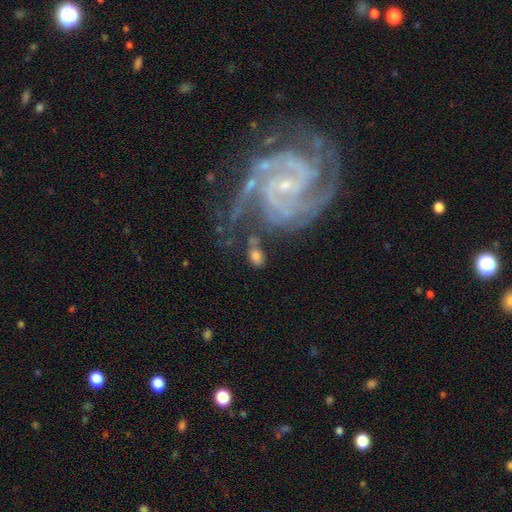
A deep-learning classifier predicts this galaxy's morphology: A smooth galaxy with no disk features (66%) that is in between round and cigar-shaped (85%). Merging: none (48%).